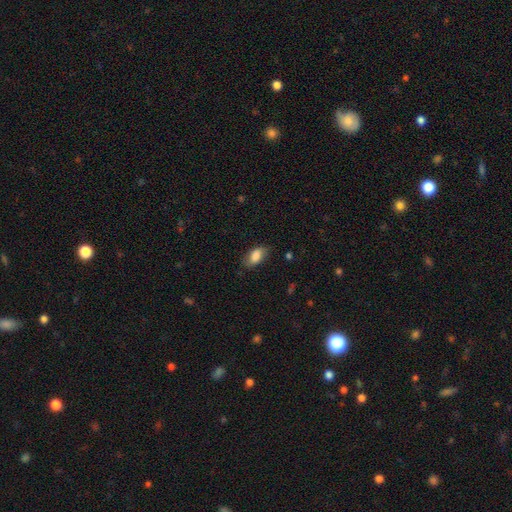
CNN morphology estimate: smooth 81%, featured or disk 12%, star or artifact 7%. Down the decision tree: how rounded — in between (90%); merging — none (74%).